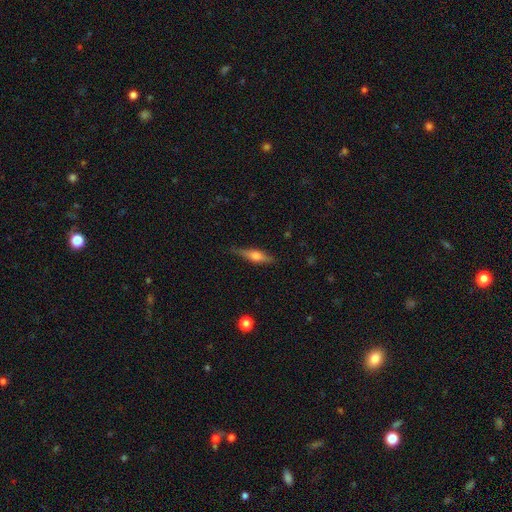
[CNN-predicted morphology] Q: Smooth or featured?
A: featured or disk (57%); runner-up: smooth (36%)
Q: Edge-on disk?
A: yes (95%); runner-up: no (5%)
Q: Edge-on bulge?
A: rounded (89%); runner-up: boxy (8%)
Q: Merging?
A: none (83%); runner-up: minor disturbance (13%)